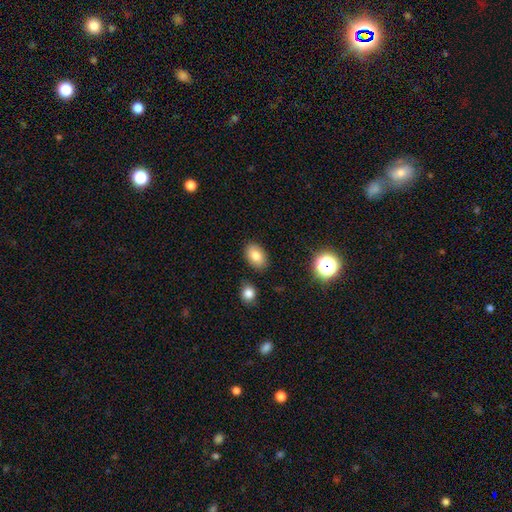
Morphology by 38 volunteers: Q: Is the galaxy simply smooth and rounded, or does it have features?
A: smooth — 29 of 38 (76%).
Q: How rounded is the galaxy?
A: in between — 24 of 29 (83%).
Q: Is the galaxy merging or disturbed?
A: none — 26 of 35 (74%).